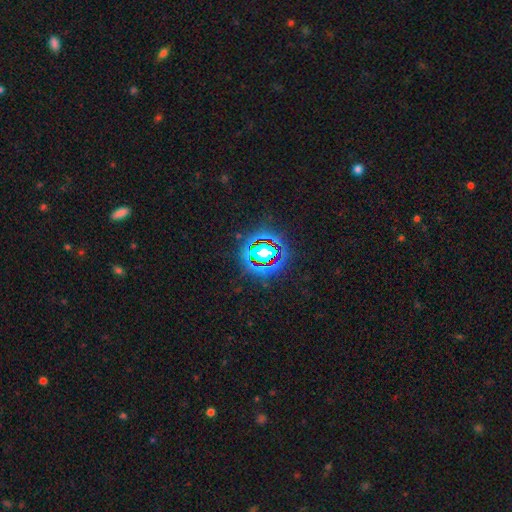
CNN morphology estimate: smooth_or_featured: star or artifact (p=0.80) [alt: smooth p=0.11]